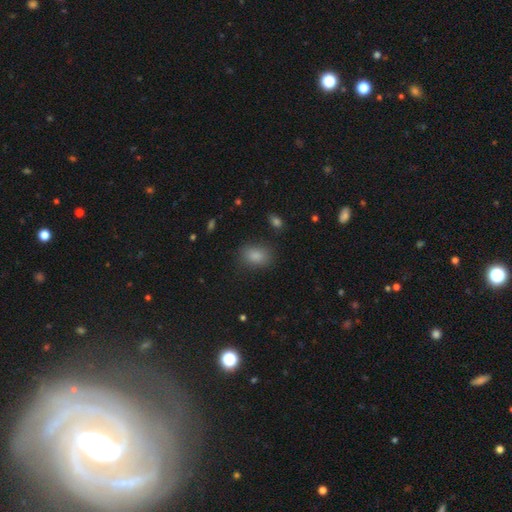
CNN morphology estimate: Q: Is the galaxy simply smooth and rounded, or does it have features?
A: smooth — 85%.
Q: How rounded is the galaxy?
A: in between — 79%.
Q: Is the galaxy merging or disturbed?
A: none — 81%.